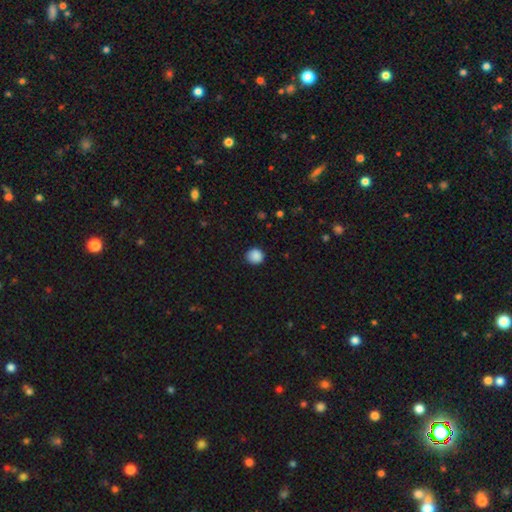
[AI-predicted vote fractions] smooth 88%, star or artifact 9%, featured or disk 3%. Down the decision tree: how rounded — round (88%); merging — none (88%).